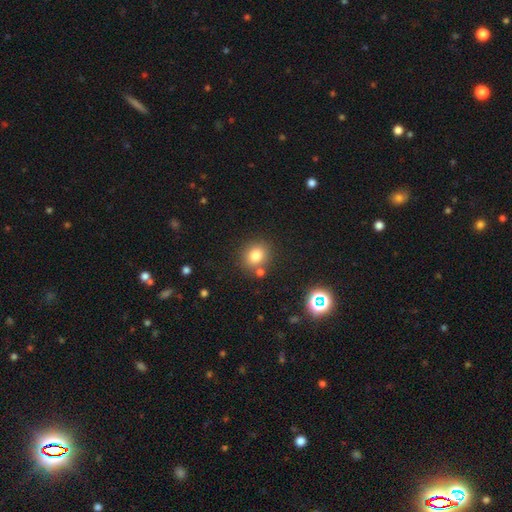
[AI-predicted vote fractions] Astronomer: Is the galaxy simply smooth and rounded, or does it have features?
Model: smooth — 79%.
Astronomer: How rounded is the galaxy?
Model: round — 72%.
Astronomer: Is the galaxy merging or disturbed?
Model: none — 76%.